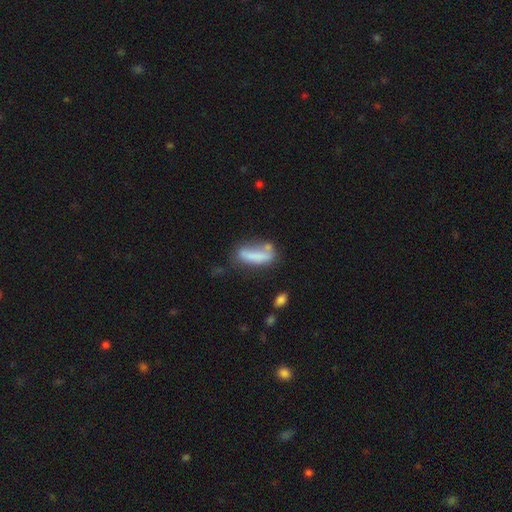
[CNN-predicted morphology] Smooth or featured: smooth — 67% (featured or disk — 24%)
How rounded: cigar-shaped — 58% (in between — 40%)
Merging: none — 40% (minor disturbance — 24%)